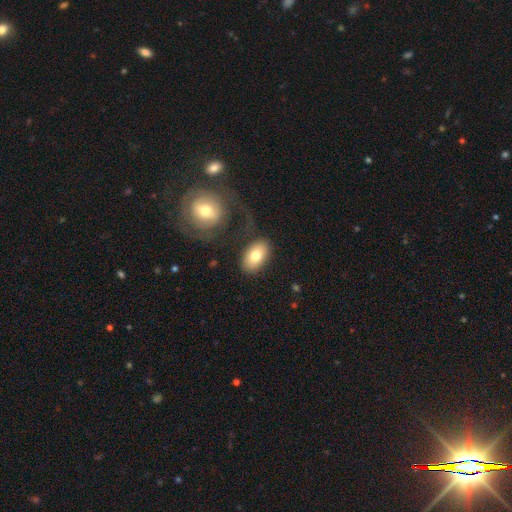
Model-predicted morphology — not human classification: Smooth or featured? Predicted: smooth (p=0.75). How rounded? Predicted: in between (p=0.90). Merging? Predicted: none (p=0.78).